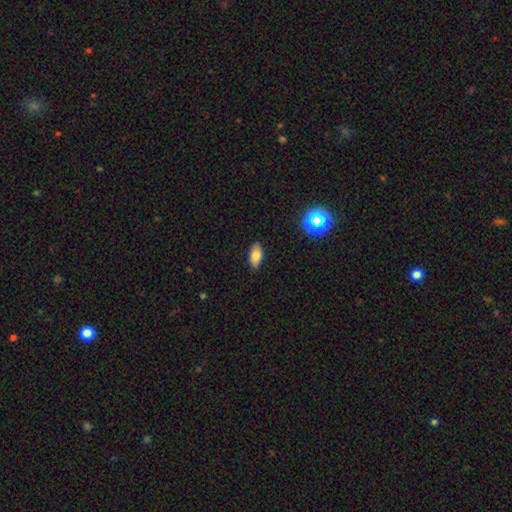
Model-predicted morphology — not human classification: Overall: smooth (79%). How rounded: in between (89%). Merging: none (87%).